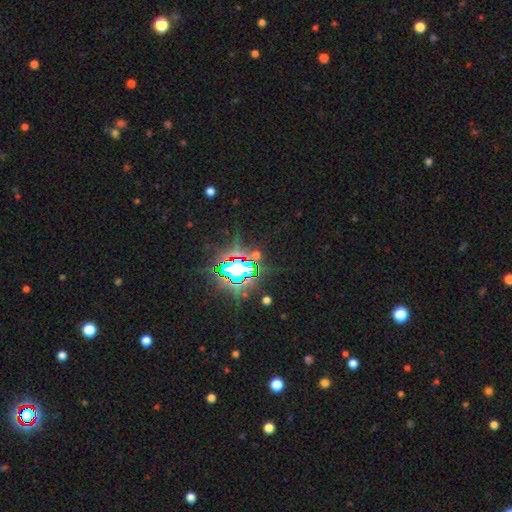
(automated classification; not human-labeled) A star or artifact, not a galaxy (80%).